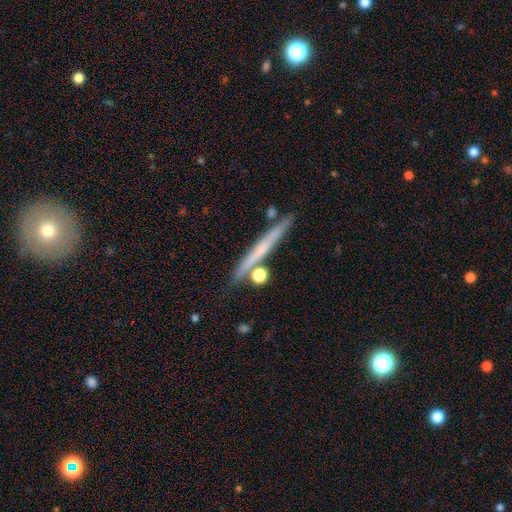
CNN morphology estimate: Q: Smooth or featured?
A: featured or disk (51%); runner-up: smooth (42%)
Q: Edge-on disk?
A: yes (96%); runner-up: no (4%)
Q: Merging?
A: none (82%); runner-up: minor disturbance (10%)